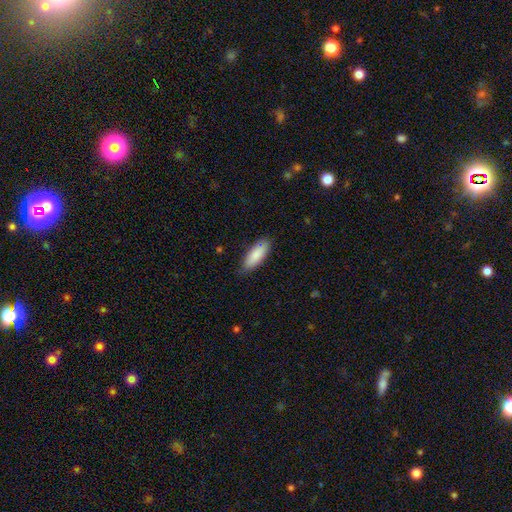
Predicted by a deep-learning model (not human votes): Q: Smooth or featured?
A: smooth (86%); runner-up: featured or disk (9%)
Q: How rounded?
A: in between (71%); runner-up: cigar-shaped (28%)
Q: Merging?
A: none (81%); runner-up: minor disturbance (15%)